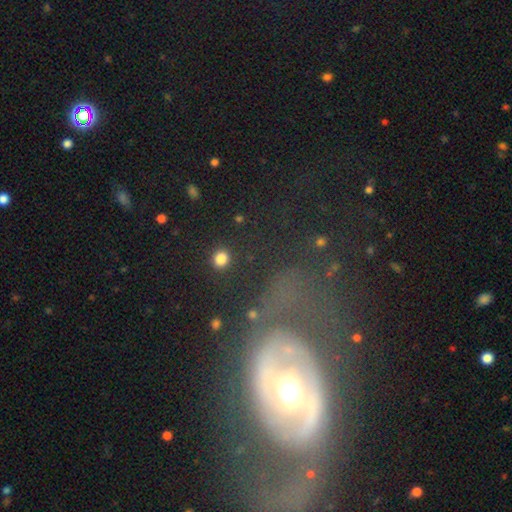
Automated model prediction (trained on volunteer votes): A featured or disk galaxy (74%) with no bar (54%), spiral arms (55%) and a moderate central bulge (67%).

Vote fractions:
- Smooth or featured? featured or disk: 74% / smooth: 17% / star or artifact: 9%
- Edge-on disk? no: 93% / yes: 7%
- Bar? no: 54% / weak: 26% / strong: 20%
- Spiral arms? yes: 55% / no: 45%
- Bulge size? moderate: 67% / small: 17% / large: 11% / dominant: 3% / none: 2%
- Merging? none: 60% / major disturbance: 19% / minor disturbance: 16% / merger: 4%